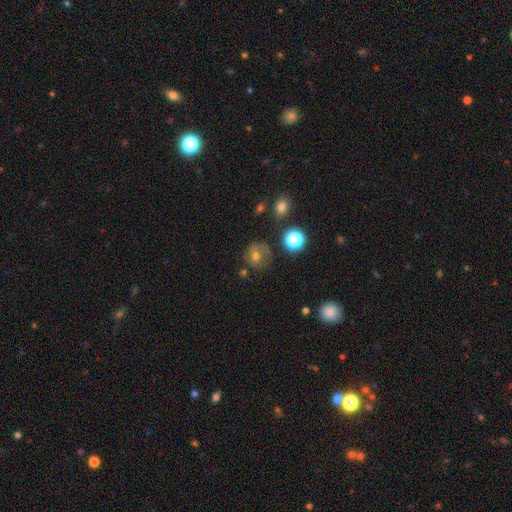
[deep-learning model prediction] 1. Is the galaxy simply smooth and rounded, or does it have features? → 60% smooth, 22% featured or disk, 18% star or artifact.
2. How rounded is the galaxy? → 82% round, 17% in between, 1% cigar-shaped.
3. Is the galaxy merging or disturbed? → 65% none, 20% minor disturbance, 9% major disturbance, 5% merger.